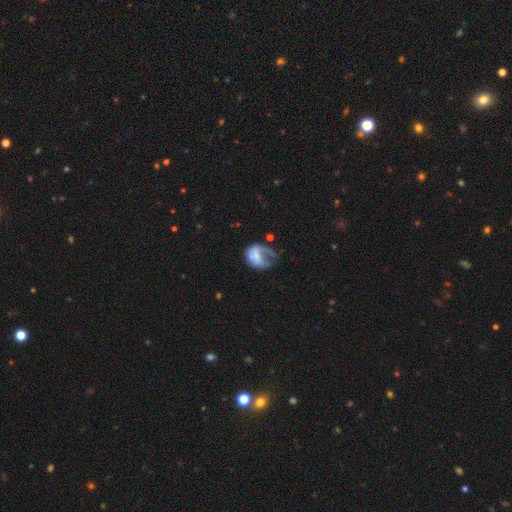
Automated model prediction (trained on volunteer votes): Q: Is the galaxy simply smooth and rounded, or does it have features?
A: smooth — 47%.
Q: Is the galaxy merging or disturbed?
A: major disturbance — 50%.